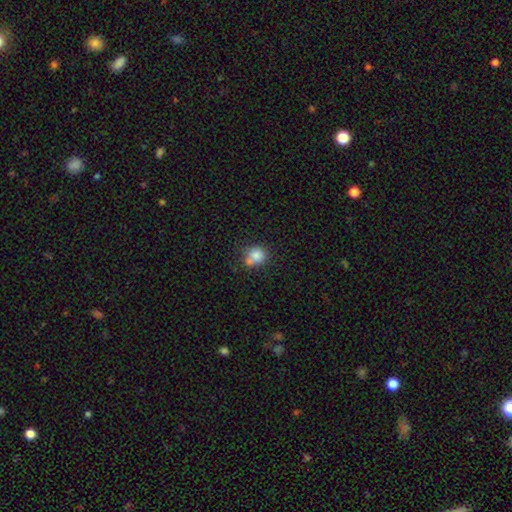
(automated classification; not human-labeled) The model was most divided on "merging": none: 49%, merger: 29%, minor disturbance: 17%, major disturbance: 6%. More confident: smooth or featured — smooth (80%); how rounded — round (77%).